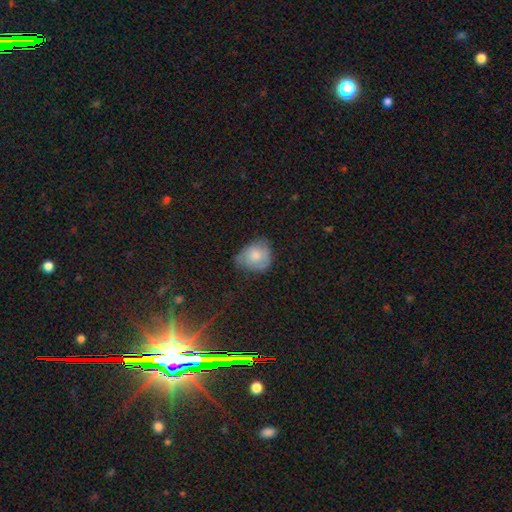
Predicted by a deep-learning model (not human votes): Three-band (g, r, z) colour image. It shows a smooth galaxy with no disk features (71%) that is round (57%). Merging: none (45%).